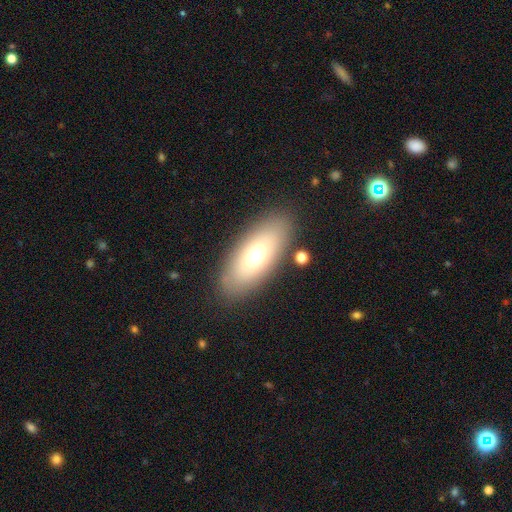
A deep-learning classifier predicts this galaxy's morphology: A smooth galaxy with no disk features (68%) that is in between round and cigar-shaped (83%).

Vote fractions:
- Smooth or featured? smooth: 68% / featured or disk: 24% / star or artifact: 9%
- How rounded? in between: 83% / cigar-shaped: 13% / round: 4%
- Merging? none: 84% / minor disturbance: 9% / major disturbance: 4% / merger: 3%